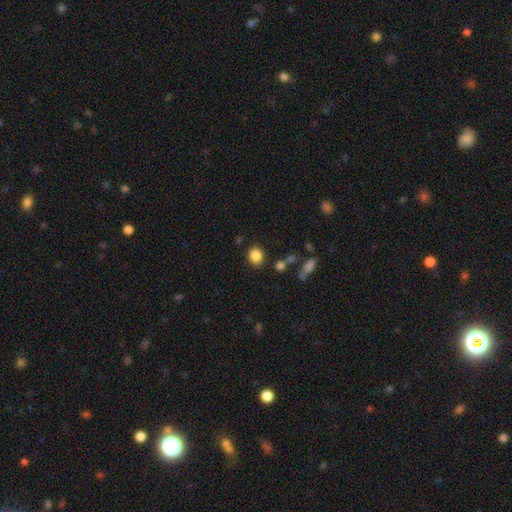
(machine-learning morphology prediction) smooth 85%, star or artifact 10%, featured or disk 4%. Down the decision tree: how rounded — round (65%); merging — none (84%).